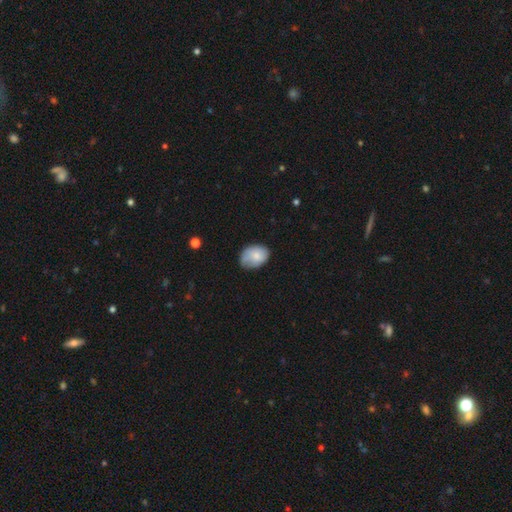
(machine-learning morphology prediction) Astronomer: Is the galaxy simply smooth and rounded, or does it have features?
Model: smooth — 76%.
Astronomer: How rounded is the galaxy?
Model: in between — 76%.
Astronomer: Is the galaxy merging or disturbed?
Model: none — 63%.